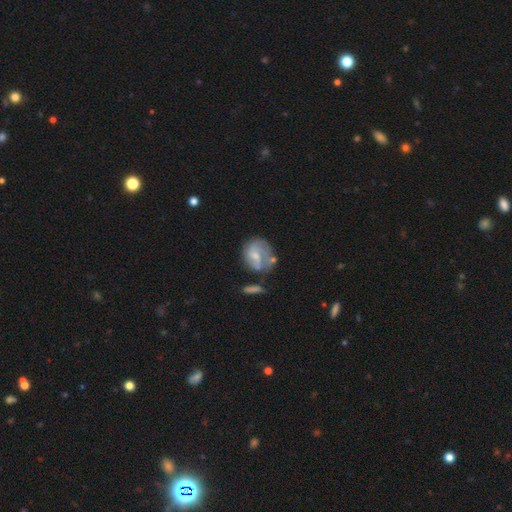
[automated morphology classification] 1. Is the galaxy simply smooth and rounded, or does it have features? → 50% featured or disk, 42% smooth, 8% star or artifact.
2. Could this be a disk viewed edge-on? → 97% no, 3% yes.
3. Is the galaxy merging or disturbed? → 43% none, 25% minor disturbance, 20% major disturbance, 12% merger.